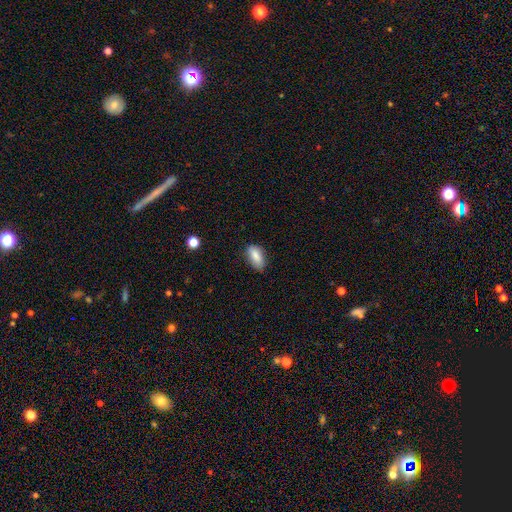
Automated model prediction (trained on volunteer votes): Morphology: type=smooth (84%); roundness=in between (89%); merging=none (70%).